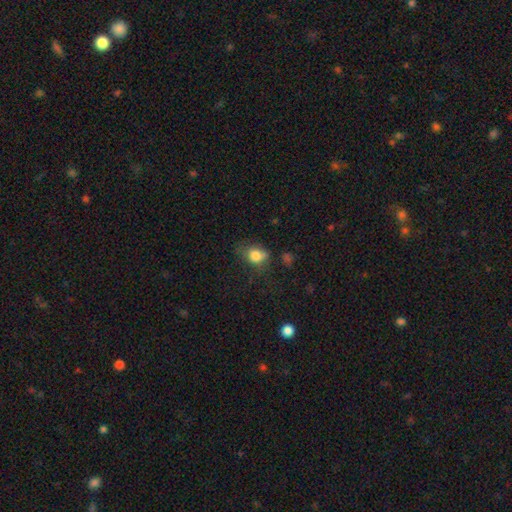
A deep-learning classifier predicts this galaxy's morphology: A smooth galaxy with no disk features (80%) that is in between round and cigar-shaped (50%). Merging: none (51%).